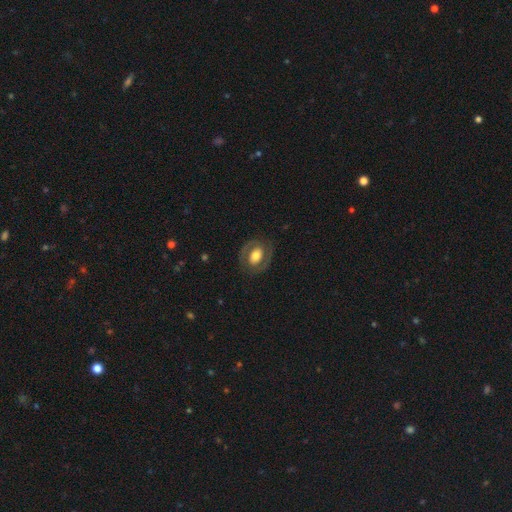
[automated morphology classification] featured or disk 54%, smooth 40%, star or artifact 6%. Down the decision tree: edge-on disk — no (94%); bar — no (60%); spiral arms — no (57%); bulge size — moderate (49%); merging — none (78%).